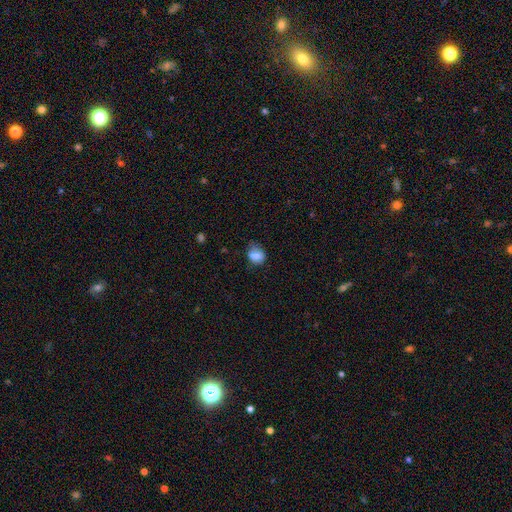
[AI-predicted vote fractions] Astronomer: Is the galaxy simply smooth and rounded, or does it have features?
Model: smooth — 78%.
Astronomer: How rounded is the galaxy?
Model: in between — 59% (runner-up: round, 39%).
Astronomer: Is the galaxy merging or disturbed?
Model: none — 49% (runner-up: minor disturbance, 34%).